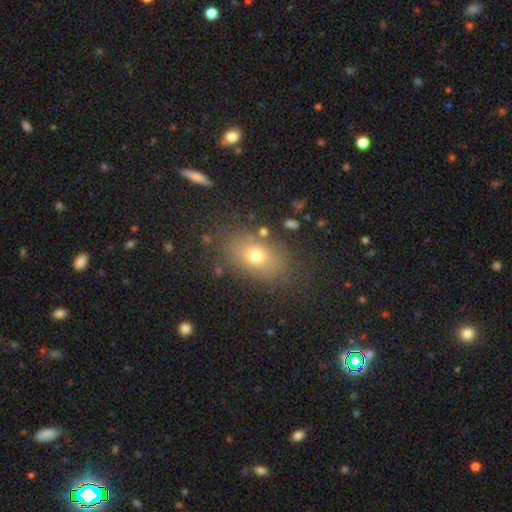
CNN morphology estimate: smooth 70%, featured or disk 16%, star or artifact 15%. Down the decision tree: how rounded — in between (76%); merging — none (81%).